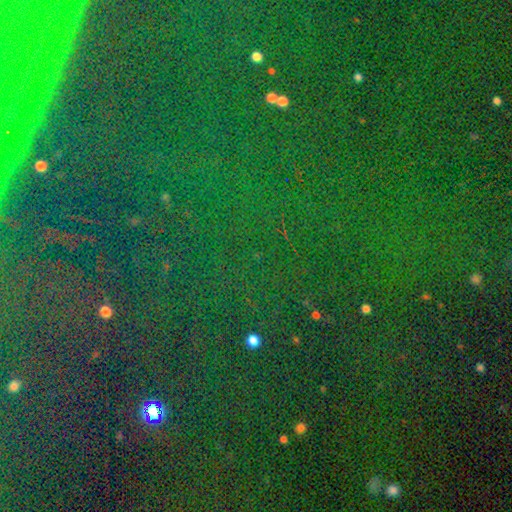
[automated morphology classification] Smooth or featured: star or artifact — 83% (smooth — 9%)